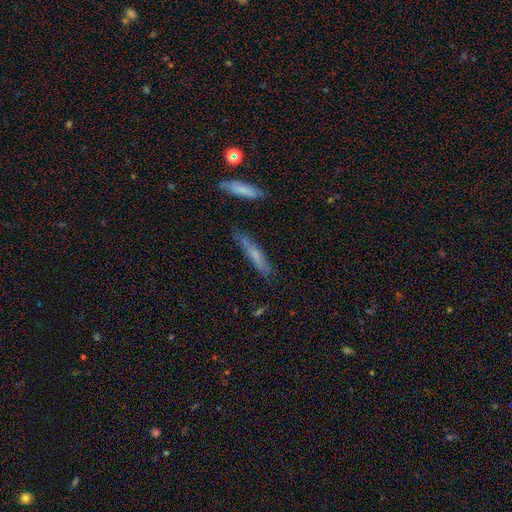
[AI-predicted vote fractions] This is likely a smooth galaxy (63%). How rounded: clearly cigar-shaped (88%). Merging: likely none (70%).